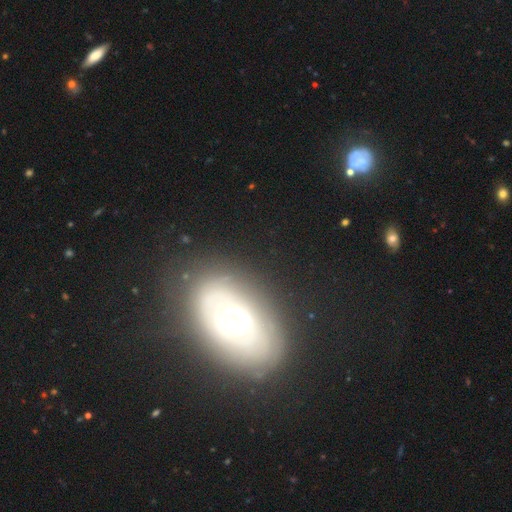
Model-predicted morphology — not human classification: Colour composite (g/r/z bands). It shows a featured or disk galaxy (60%) with no bar (54%), spiral arms (51%) and a moderate central bulge (61%). Merging: none (80%).